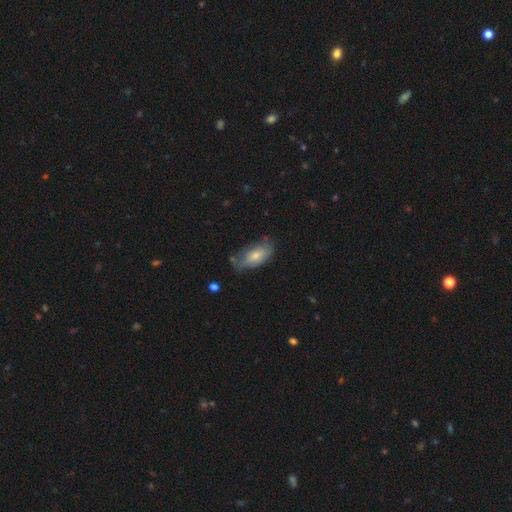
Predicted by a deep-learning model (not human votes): The model was most divided on "merging": none: 61%, minor disturbance: 29%, major disturbance: 7%, merger: 3%. More confident: how rounded — in between (89%); smooth or featured — smooth (72%).